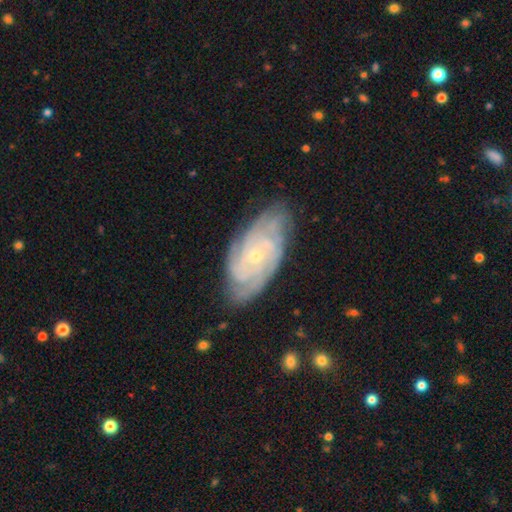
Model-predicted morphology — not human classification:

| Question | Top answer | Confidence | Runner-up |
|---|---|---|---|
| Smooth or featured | featured or disk | 86% | smooth (9%) |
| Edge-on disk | no | 95% | yes (5%) |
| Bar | no | 69% | weak (26%) |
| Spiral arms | yes | 97% | no (3%) |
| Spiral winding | tight | 73% | medium (23%) |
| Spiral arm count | can't tell | 31% | 4 (24%) |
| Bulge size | small | 70% | moderate (27%) |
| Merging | none | 77% | minor disturbance (18%) |